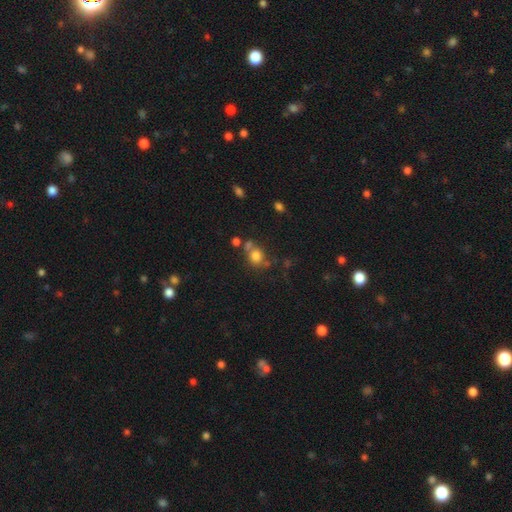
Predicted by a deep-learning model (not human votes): A smooth galaxy with no disk features (76%) that is round (74%).

Vote fractions:
- Smooth or featured? smooth: 76% / star or artifact: 14% / featured or disk: 10%
- How rounded? round: 74% / in between: 24% / cigar-shaped: 1%
- Merging? none: 54% / merger: 24% / minor disturbance: 15% / major disturbance: 8%